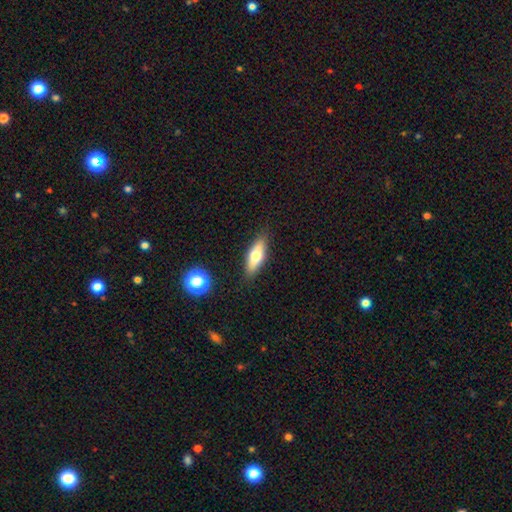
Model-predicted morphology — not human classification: smooth 61%, featured or disk 32%, star or artifact 7%. Down the decision tree: how rounded — in between (59%); merging — none (87%).